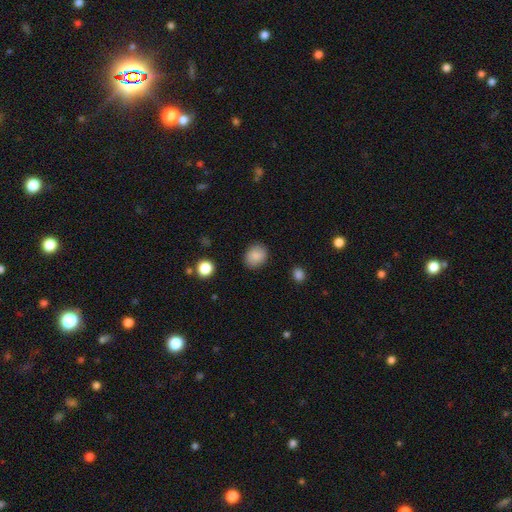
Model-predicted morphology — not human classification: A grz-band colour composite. It shows a smooth galaxy with no disk features (86%) that is round (57%). Merging: none (87%).